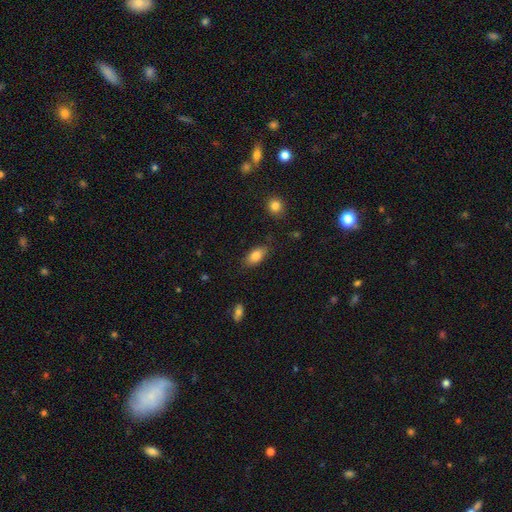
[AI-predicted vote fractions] Morphology: type=smooth (82%); roundness=in between (90%); merging=none (80%).